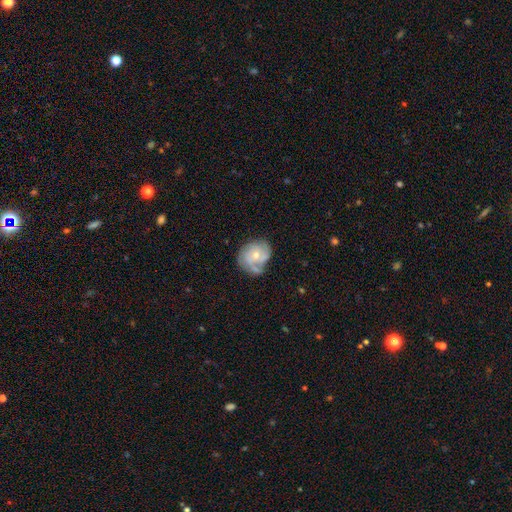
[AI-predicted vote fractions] Morphology: type=featured or disk (63%); edge-on=no (98%); bar=no (76%); spiral arms=yes (80%); bulge=small (53%); merging=none (50%).